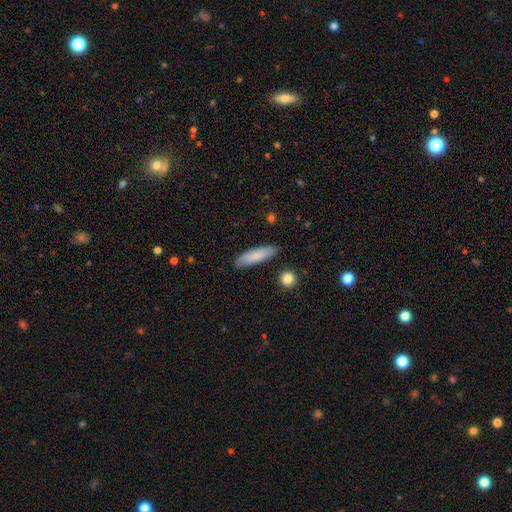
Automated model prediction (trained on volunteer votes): This appears to be a smooth galaxy with no disk features (82%) that is cigar-shaped (66%). Merging: none (86%).